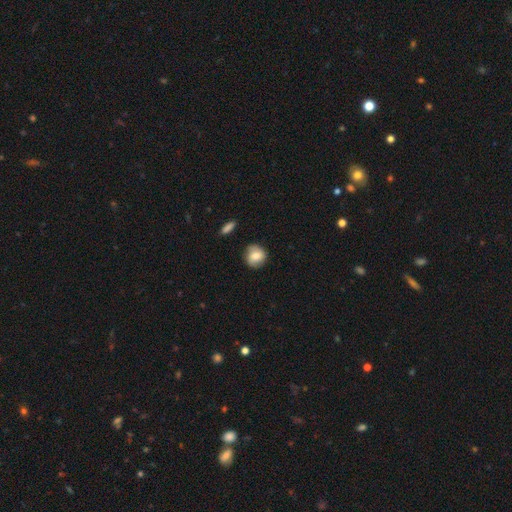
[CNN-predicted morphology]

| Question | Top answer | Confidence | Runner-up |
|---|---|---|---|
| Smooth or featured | smooth | 66% | featured or disk (26%) |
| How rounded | round | 84% | in between (14%) |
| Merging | none | 80% | minor disturbance (14%) |